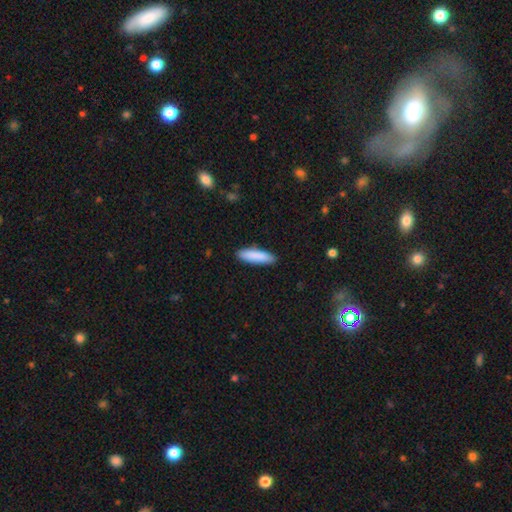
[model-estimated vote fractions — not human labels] Smooth or featured? smooth (88%)
How rounded? cigar-shaped (66%)
Merging? none (89%)